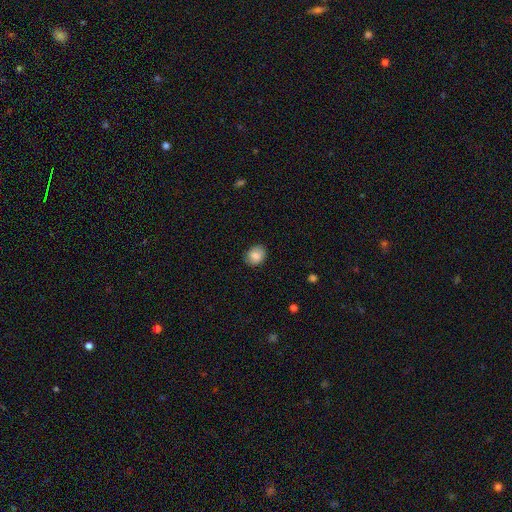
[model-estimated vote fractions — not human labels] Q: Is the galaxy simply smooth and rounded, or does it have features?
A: smooth — 83%.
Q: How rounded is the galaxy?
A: round — 56%.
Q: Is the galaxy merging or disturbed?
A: none — 84%.